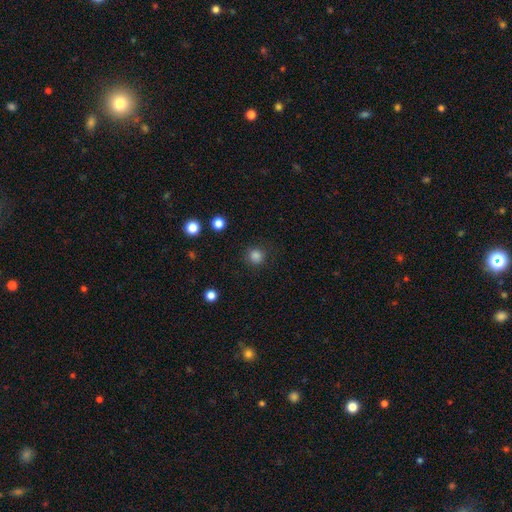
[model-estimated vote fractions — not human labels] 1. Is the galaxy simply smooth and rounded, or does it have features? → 84% smooth, 12% star or artifact, 4% featured or disk.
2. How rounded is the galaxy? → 91% round, 8% in between, 1% cigar-shaped.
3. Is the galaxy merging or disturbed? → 87% none, 9% minor disturbance, 3% major disturbance, 1% merger.